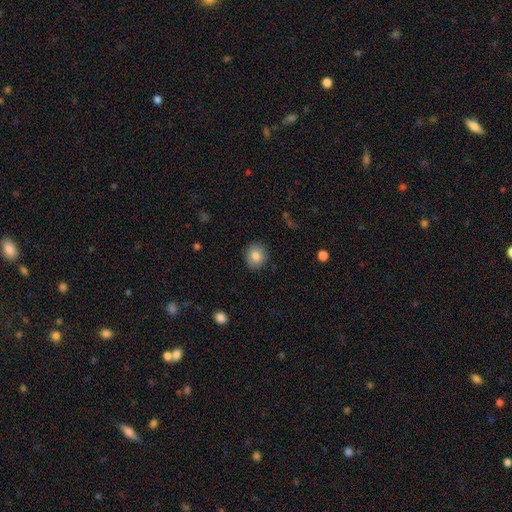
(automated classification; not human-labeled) smooth_or_featured: smooth (p=0.83) [alt: featured or disk p=0.08]
how_rounded: round (p=0.77) [alt: in between p=0.22]
merging: none (p=0.89) [alt: minor disturbance p=0.08]